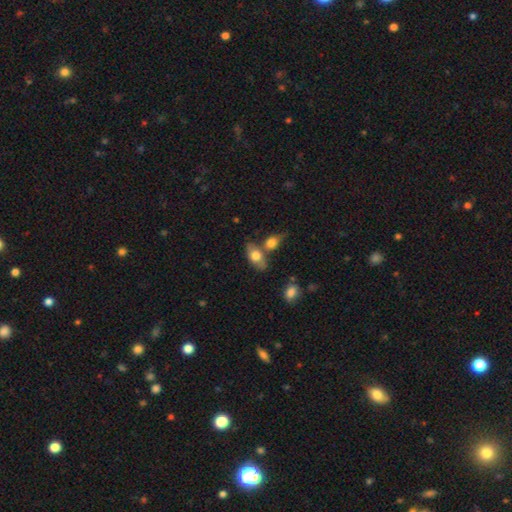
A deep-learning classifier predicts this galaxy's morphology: This is likely a smooth galaxy (70%). How rounded: clearly in between (86%). Merging: possibly none (51%).